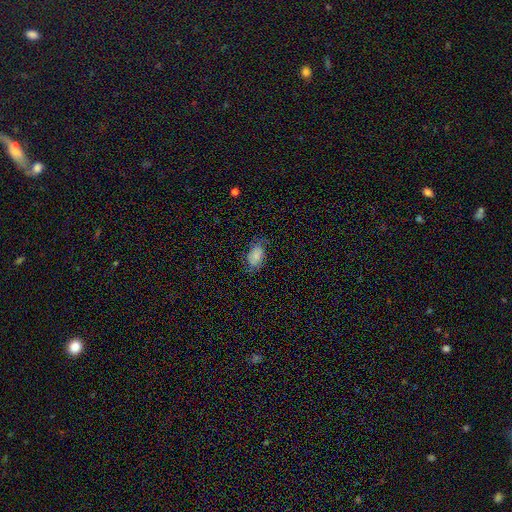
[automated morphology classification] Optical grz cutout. It shows a smooth galaxy with no disk features (66%) that is in between round and cigar-shaped (89%). Merging: none (64%).